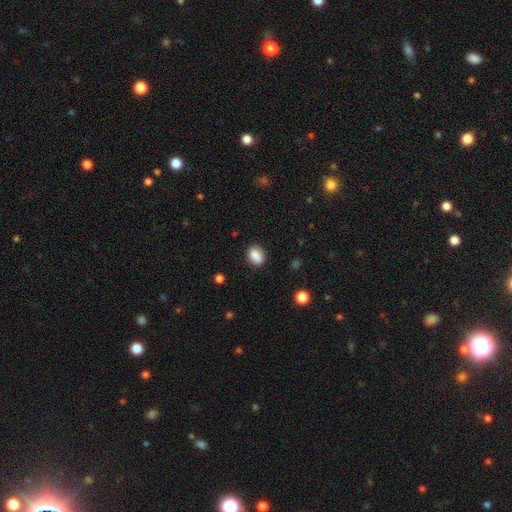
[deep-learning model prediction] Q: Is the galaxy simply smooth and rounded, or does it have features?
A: smooth — 88%.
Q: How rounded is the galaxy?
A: in between — 73%.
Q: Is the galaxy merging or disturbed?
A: none — 86%.